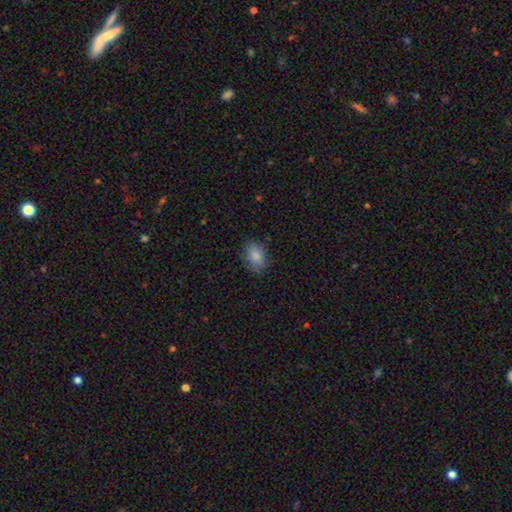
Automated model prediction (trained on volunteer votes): smooth 85%, star or artifact 8%, featured or disk 7%. Down the decision tree: how rounded — in between (77%); merging — none (77%).